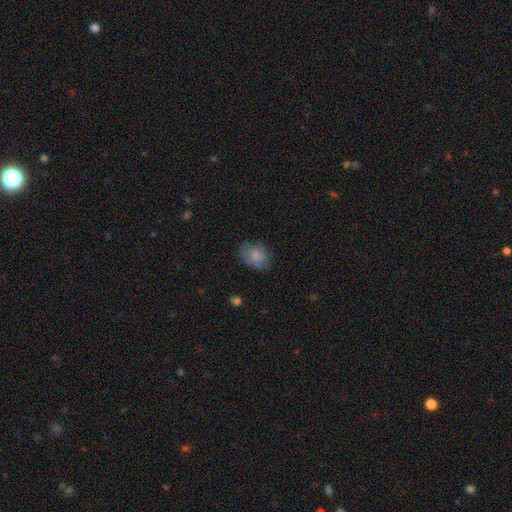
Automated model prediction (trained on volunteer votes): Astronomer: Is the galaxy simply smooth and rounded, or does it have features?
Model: smooth — 74%.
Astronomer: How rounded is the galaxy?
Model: in between — 68%.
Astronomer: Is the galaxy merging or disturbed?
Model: none — 68%.